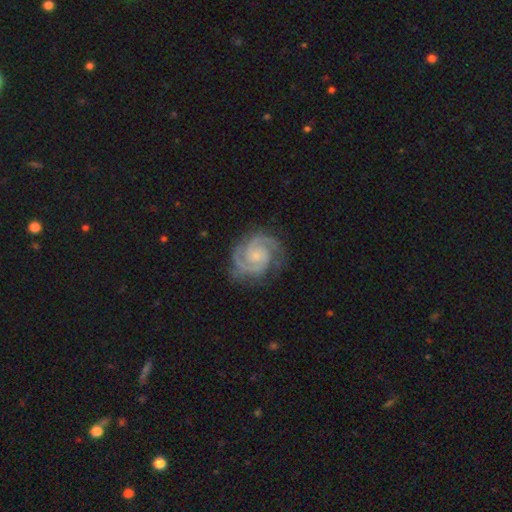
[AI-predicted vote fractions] smooth-or-featured: featured or disk: 93% | star or artifact: 4% | smooth: 3%
  disk-edge-on: no: 98% | yes: 2%
    bar: no: 66% | weak: 28% | strong: 6%
    has-spiral-arms: yes: 99% | no: 1%
      spiral-winding: tight: 59% | medium: 37% | loose: 4%
      spiral-arm-count: 2: 80% | 3: 12% | can't tell: 3% | 4: 2% | 1: 2% | more than 4: 2%
    bulge-size: small: 63% | moderate: 21% | none: 13% | large: 2% | dominant: 1%
  merging: none: 79% | minor disturbance: 15% | major disturbance: 5% | merger: 1%